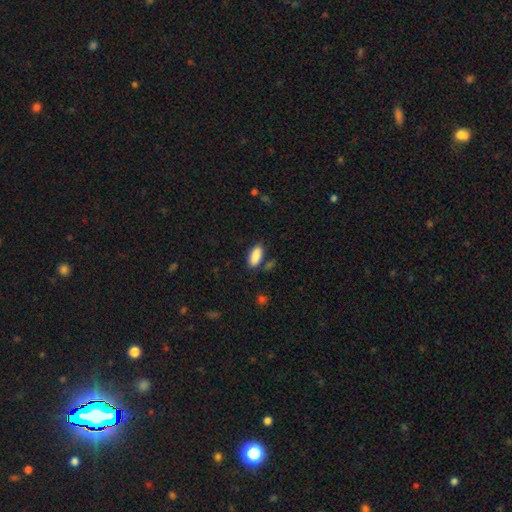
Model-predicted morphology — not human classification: smooth-or-featured: smooth: 89% | star or artifact: 7% | featured or disk: 4%
  how-rounded: in between: 88% | cigar-shaped: 10% | round: 2%
  merging: none: 79% | minor disturbance: 13% | merger: 4% | major disturbance: 3%